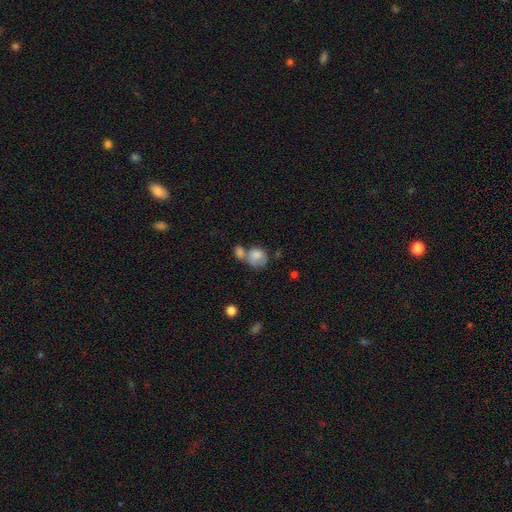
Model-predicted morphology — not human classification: A smooth galaxy with no disk features (78%) that is round (59%).

Vote fractions:
- Smooth or featured? smooth: 78% / featured or disk: 14% / star or artifact: 8%
- How rounded? round: 59% / in between: 40% / cigar-shaped: 1%
- Merging? merger: 52% / none: 25% / minor disturbance: 14% / major disturbance: 9%